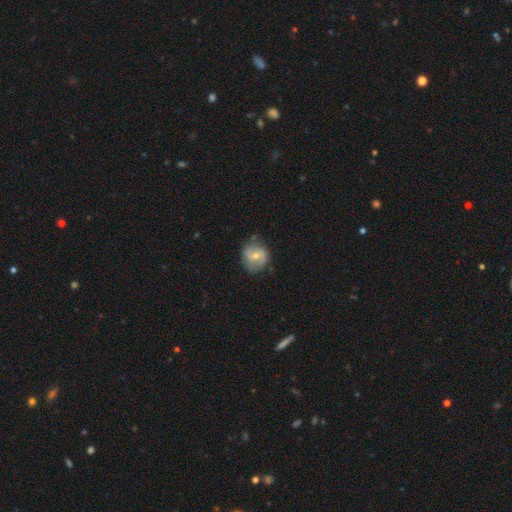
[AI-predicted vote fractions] A featured or disk galaxy (50%). Merging: none (72%).